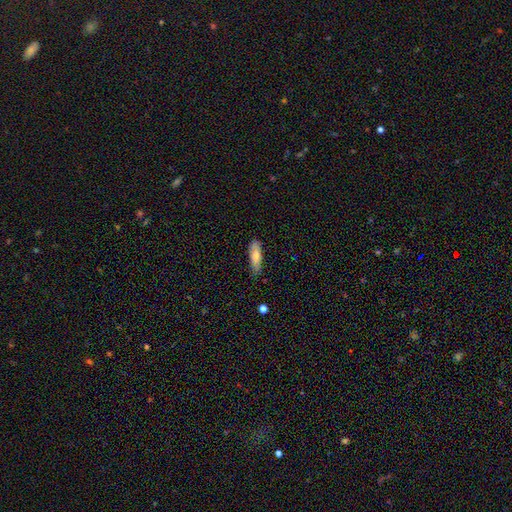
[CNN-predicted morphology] smooth_or_featured: smooth (p=0.74) [alt: featured or disk p=0.20]
how_rounded: in between (p=0.51) [alt: cigar-shaped p=0.47]
merging: none (p=0.77) [alt: minor disturbance p=0.19]